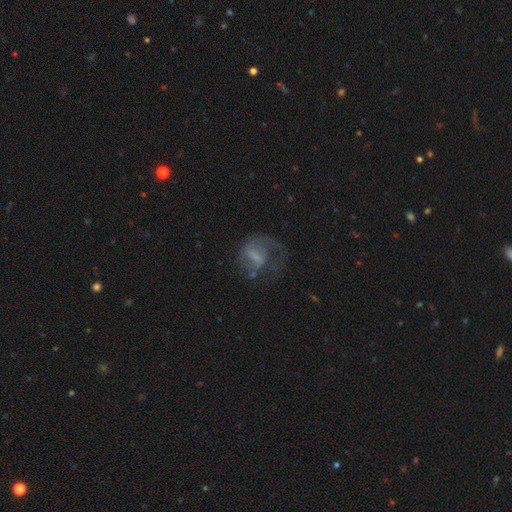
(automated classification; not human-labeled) Smooth or featured? featured or disk (55%)
Edge-on disk? no (96%)
Bar? weak (42%)
Spiral arms? yes (64%)
Bulge size? none (46%)
Merging? major disturbance (43%)